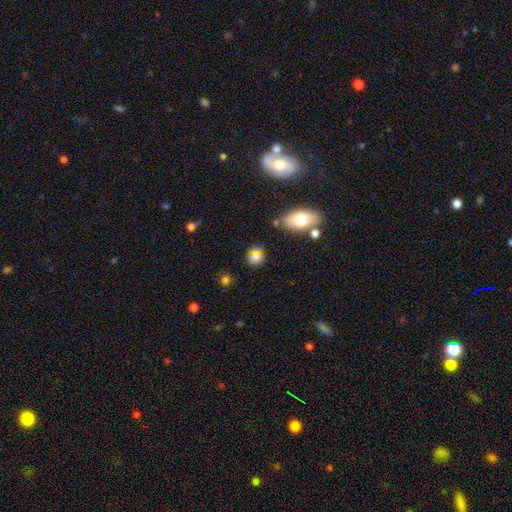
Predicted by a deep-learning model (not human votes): Overall: smooth (73%). How rounded: round (77%). Merging: none (78%).